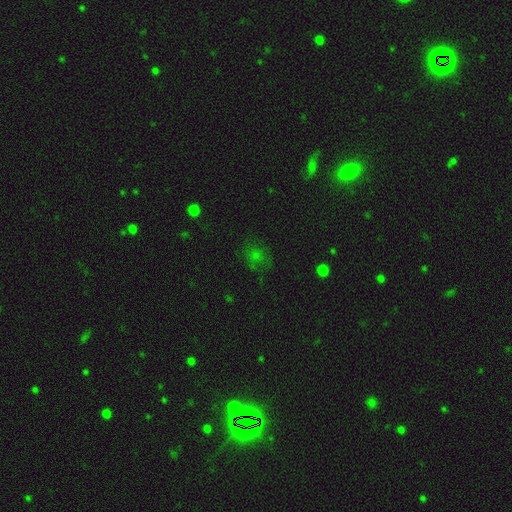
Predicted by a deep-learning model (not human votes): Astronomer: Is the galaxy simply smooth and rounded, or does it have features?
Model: smooth — 58%.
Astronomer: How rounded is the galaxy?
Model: round — 68%.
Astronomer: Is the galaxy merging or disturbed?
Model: none — 62%.